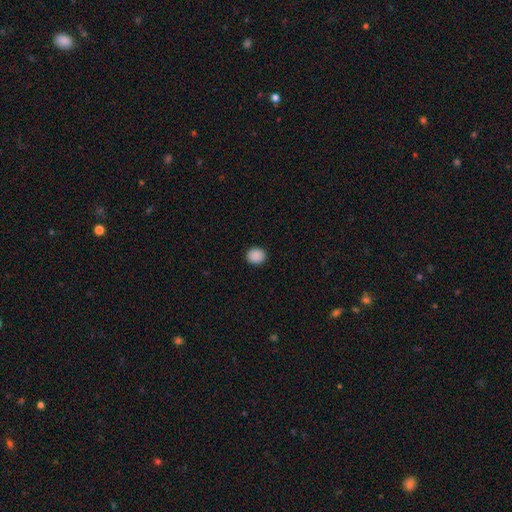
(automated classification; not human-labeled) Smooth or featured? smooth (89%)
How rounded? round (78%)
Merging? none (92%)